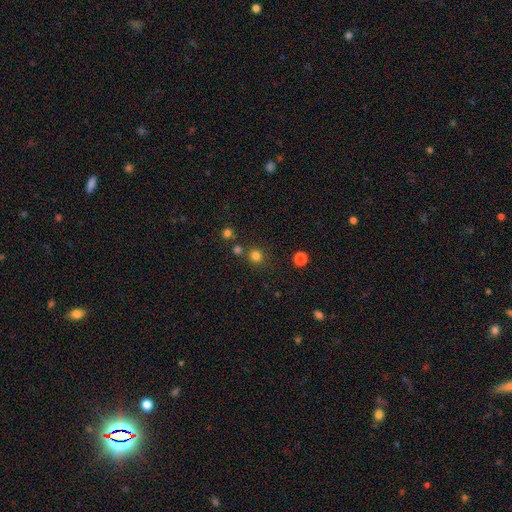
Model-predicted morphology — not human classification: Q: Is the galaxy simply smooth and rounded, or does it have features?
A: smooth — 77%.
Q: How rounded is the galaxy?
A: round — 91%.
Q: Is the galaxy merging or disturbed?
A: none — 78%.